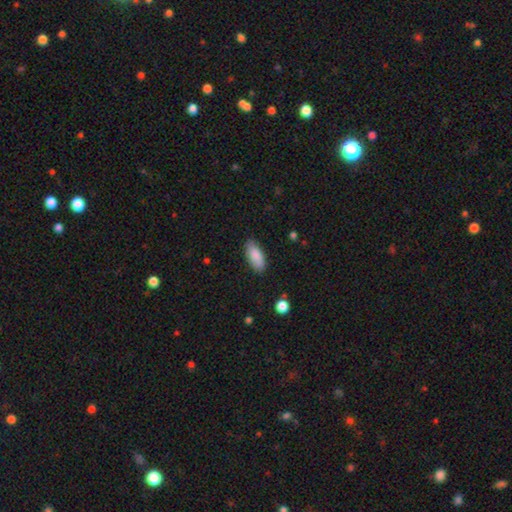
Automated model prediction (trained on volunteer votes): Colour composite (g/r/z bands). It shows a smooth galaxy with no disk features (86%) that is in between round and cigar-shaped (85%). Merging: none (84%).